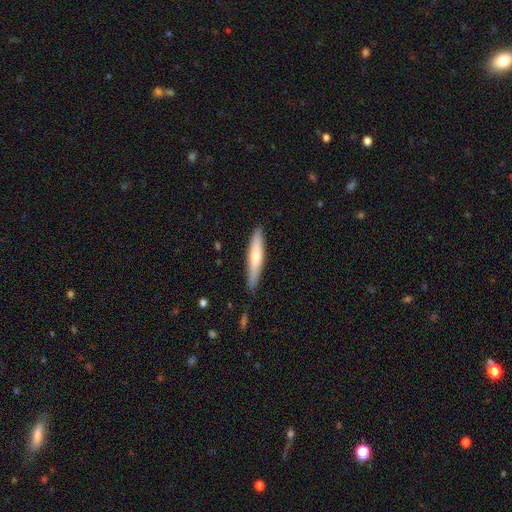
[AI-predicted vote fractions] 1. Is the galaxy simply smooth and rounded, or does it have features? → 60% smooth, 34% featured or disk, 5% star or artifact.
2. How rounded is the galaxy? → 89% cigar-shaped, 10% in between, 1% round.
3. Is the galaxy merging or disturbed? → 84% none, 13% minor disturbance, 2% major disturbance, 1% merger.